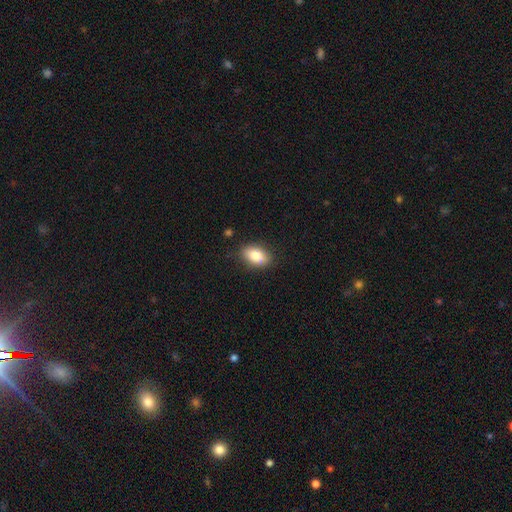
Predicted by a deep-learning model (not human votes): Smooth or featured: smooth — 82% (featured or disk — 11%)
How rounded: in between — 87% (round — 11%)
Merging: none — 83% (minor disturbance — 13%)